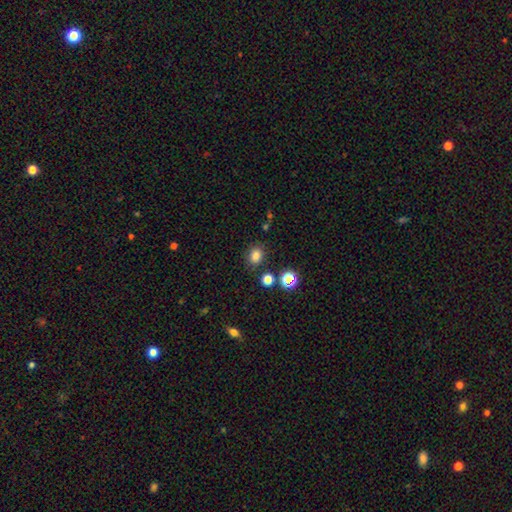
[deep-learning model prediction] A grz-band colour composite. It shows a smooth galaxy with no disk features (80%) that is round (53%). Merging: none (81%).